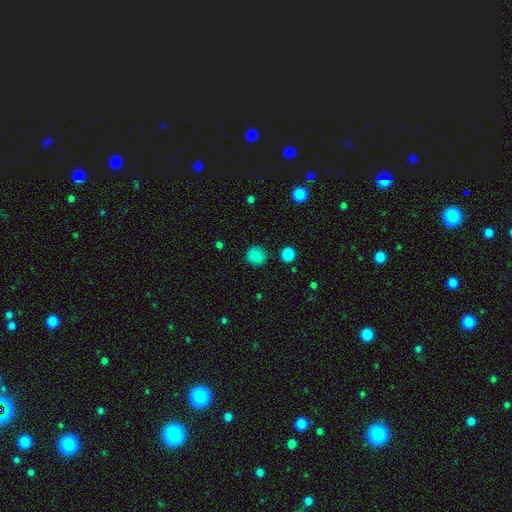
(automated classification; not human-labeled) smooth 85%, star or artifact 11%, featured or disk 4%. Down the decision tree: how rounded — round (84%); merging — none (87%).